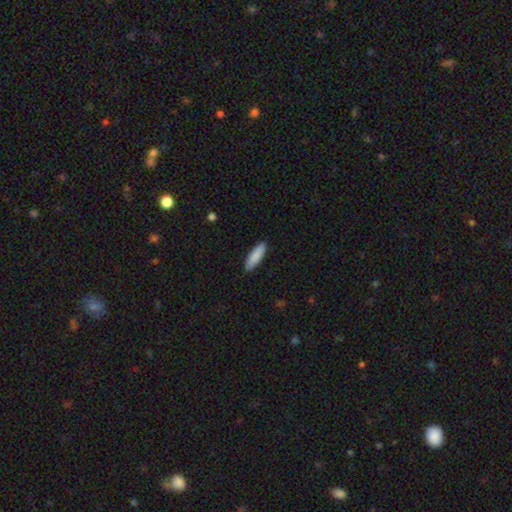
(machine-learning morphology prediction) A smooth galaxy with no disk features (88%) that is cigar-shaped (59%). Merging: none (88%).